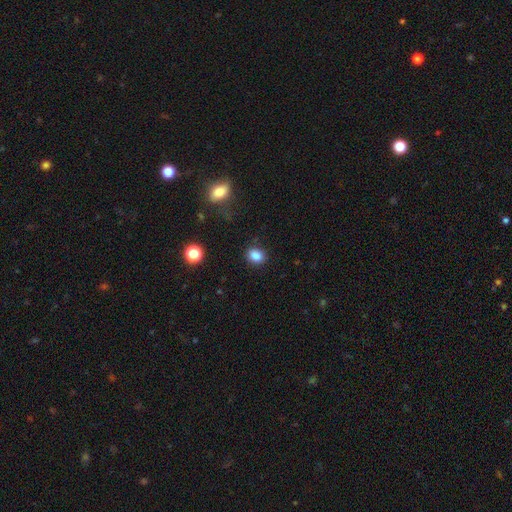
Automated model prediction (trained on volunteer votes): A smooth galaxy with no disk features (85%) that is in between round and cigar-shaped (59%).

Vote fractions:
- Smooth or featured? smooth: 85% / star or artifact: 11% / featured or disk: 4%
- How rounded? in between: 59% / round: 40% / cigar-shaped: 1%
- Merging? none: 84% / minor disturbance: 11% / major disturbance: 3% / merger: 2%